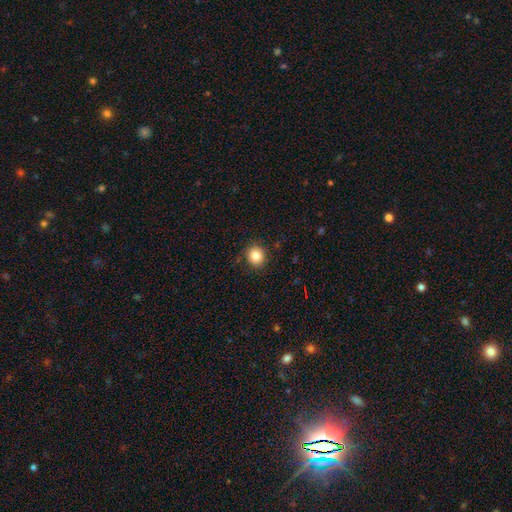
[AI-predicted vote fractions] The model was most divided on "how rounded": round: 86%, in between: 13%, cigar-shaped: 1%. More confident: merging — none (87%); smooth or featured — smooth (84%).